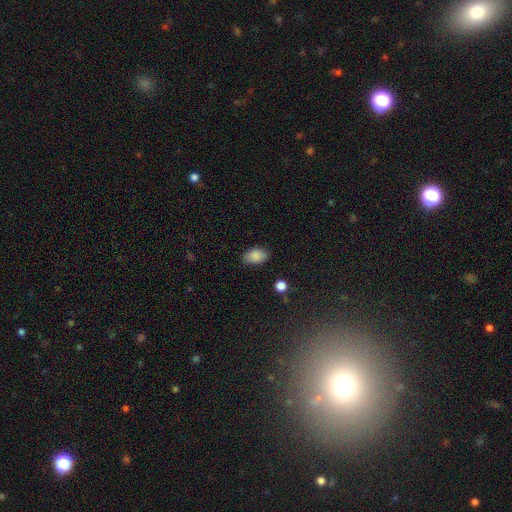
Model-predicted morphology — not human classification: smooth 87%, star or artifact 8%, featured or disk 5%. Down the decision tree: how rounded — in between (88%); merging — none (80%).